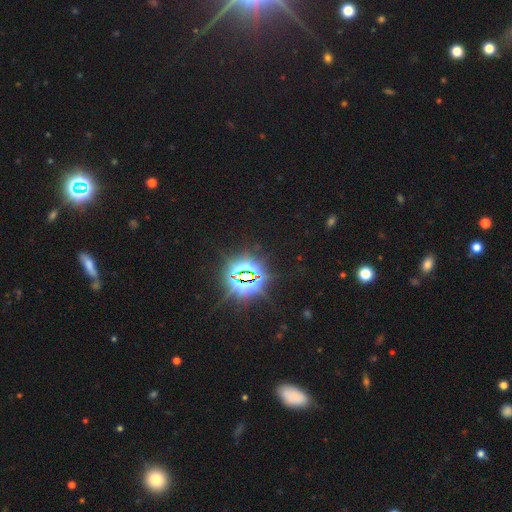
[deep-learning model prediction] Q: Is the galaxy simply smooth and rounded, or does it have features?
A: star or artifact — 82%.